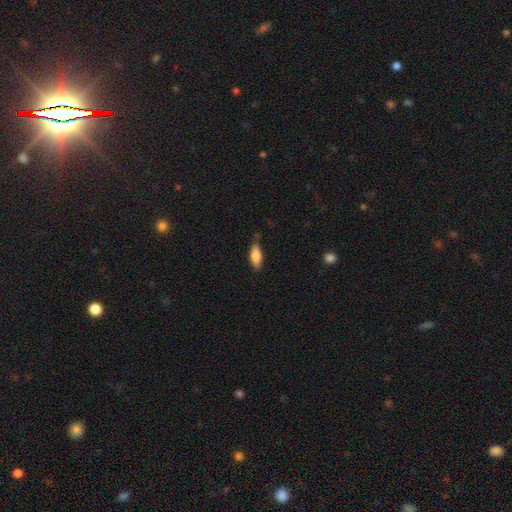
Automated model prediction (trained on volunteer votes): smooth 78%, featured or disk 16%, star or artifact 7%. Down the decision tree: how rounded — in between (73%); merging — none (76%).